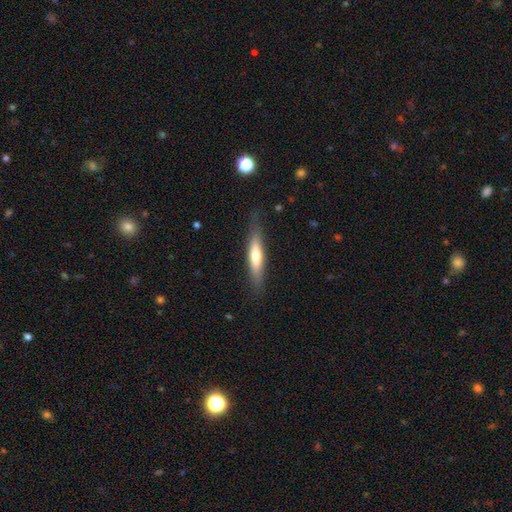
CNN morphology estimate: A smooth galaxy with no disk features (59%) that is cigar-shaped (83%).

Vote fractions:
- Smooth or featured? smooth: 59% / featured or disk: 35% / star or artifact: 5%
- How rounded? cigar-shaped: 83% / in between: 16% / round: 1%
- Merging? none: 78% / minor disturbance: 16% / major disturbance: 4% / merger: 1%